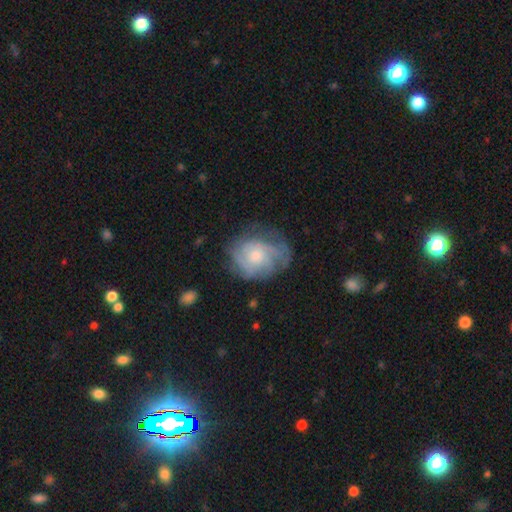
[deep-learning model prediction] This appears to be a featured or disk galaxy (69%) with no bar (79%), tight (55%) spiral arms (86%) and a moderate central bulge (47%). Merging: none (60%).